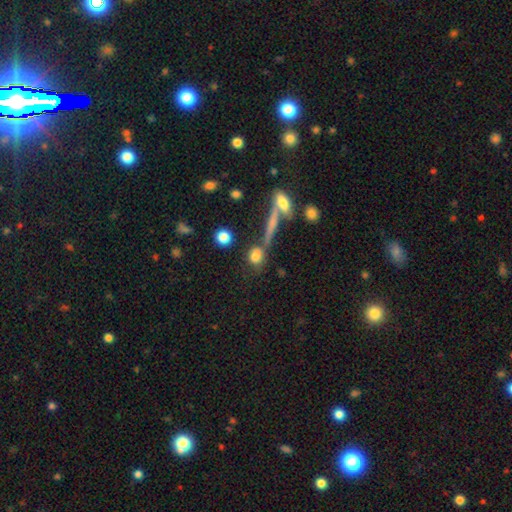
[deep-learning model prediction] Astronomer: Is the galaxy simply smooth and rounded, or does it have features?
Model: smooth — 74%.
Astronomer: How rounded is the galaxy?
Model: round — 51% (runner-up: in between, 34%).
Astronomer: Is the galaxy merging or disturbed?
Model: none — 57%.